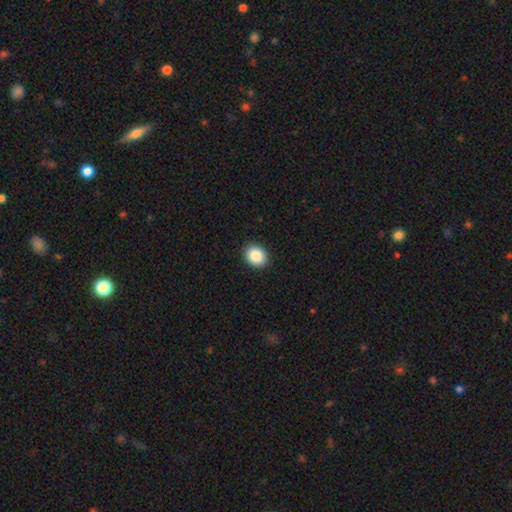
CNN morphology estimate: The model was most divided on "how rounded" (2-way tie): in between: 50%, round: 50%, cigar-shaped: 1%. More confident: merging — none (91%); smooth or featured — smooth (88%).